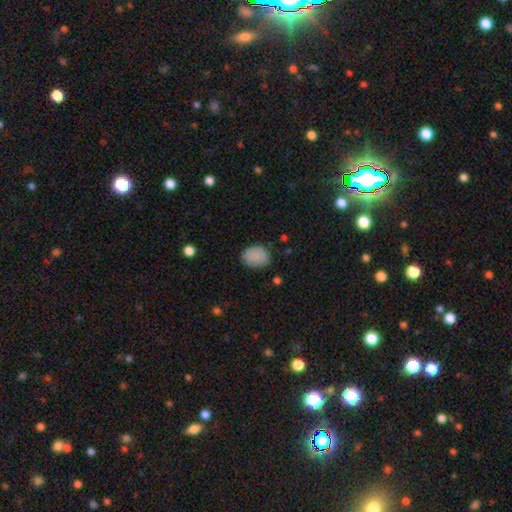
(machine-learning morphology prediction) Smooth or featured? smooth (87%)
How rounded? in between (58%)
Merging? none (79%)